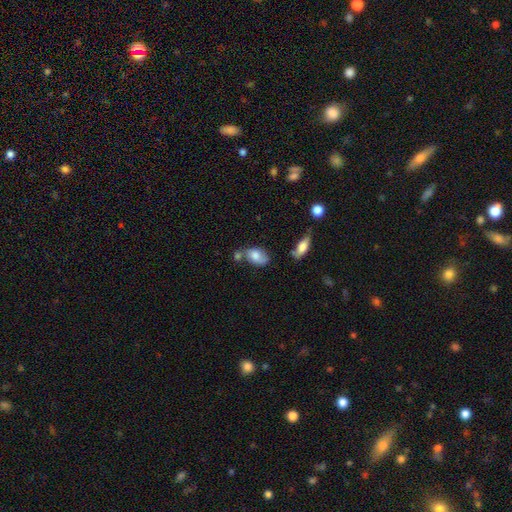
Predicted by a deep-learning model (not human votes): smooth_or_featured: smooth (p=0.70) [alt: featured or disk p=0.22]
how_rounded: in between (p=0.88) [alt: round p=0.09]
merging: none (p=0.44) [alt: merger p=0.24]